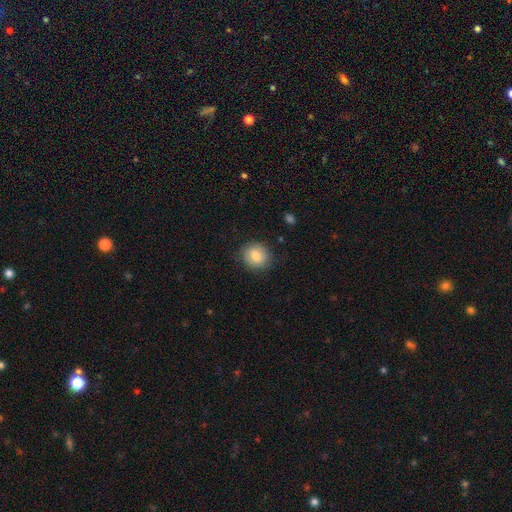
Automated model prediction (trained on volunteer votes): smooth-or-featured: smooth: 83% | featured or disk: 9% | star or artifact: 8%
  how-rounded: round: 79% | in between: 20% | cigar-shaped: 1%
  merging: none: 85% | minor disturbance: 11% | major disturbance: 3% | merger: 1%